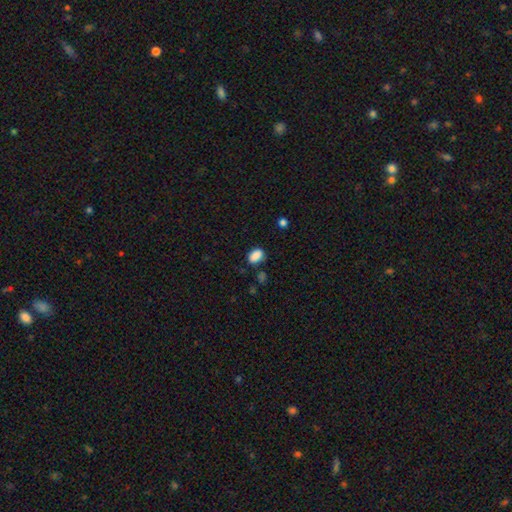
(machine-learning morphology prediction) smooth 87%, star or artifact 9%, featured or disk 4%. Down the decision tree: how rounded — in between (80%); merging — none (76%).